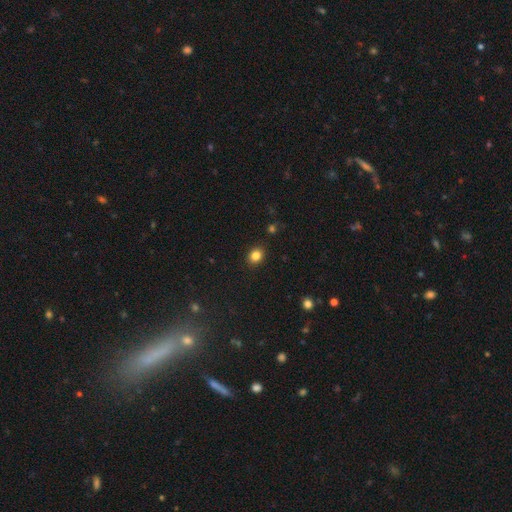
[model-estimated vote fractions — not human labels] Smooth or featured?
  - smooth: 83% *
  - star or artifact: 12%
  - featured or disk: 5%
How rounded?
  - round: 58% *
  - in between: 41%
  - cigar-shaped: 1%
Merging?
  - none: 89% *
  - minor disturbance: 8%
  - major disturbance: 2%
  - merger: 1%